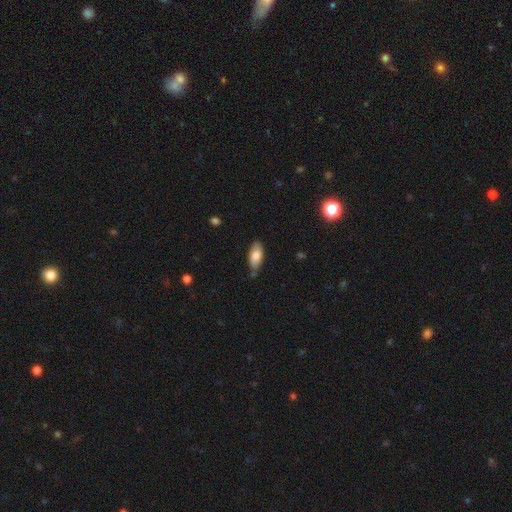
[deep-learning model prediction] smooth 76%, featured or disk 17%, star or artifact 6%. Down the decision tree: how rounded — in between (85%); merging — none (73%).